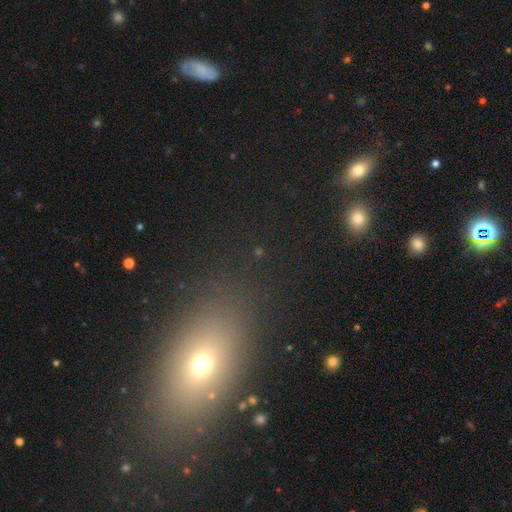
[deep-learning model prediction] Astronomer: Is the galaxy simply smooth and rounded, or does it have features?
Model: smooth — 55%.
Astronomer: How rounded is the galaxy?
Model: in between — 62%.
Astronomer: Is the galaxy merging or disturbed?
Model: none — 83%.